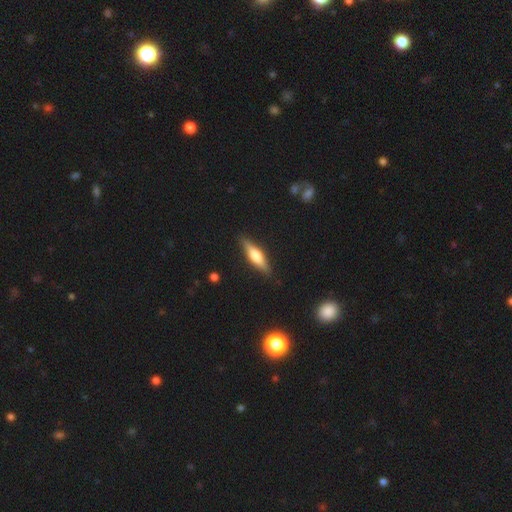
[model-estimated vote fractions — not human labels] A smooth galaxy with no disk features (47%, tied with featured or disk). Merging: none (88%).